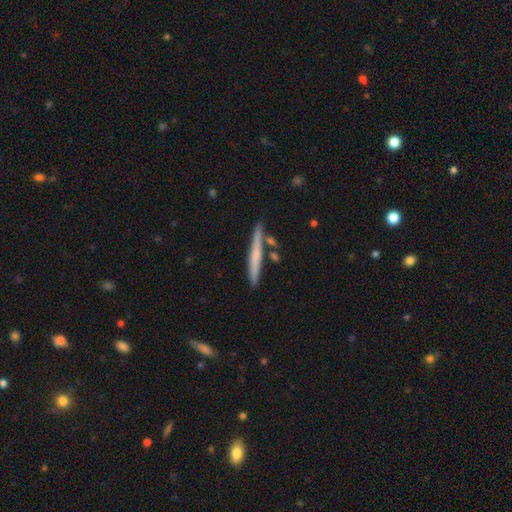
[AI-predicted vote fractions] The model was most divided on "smooth or featured": smooth: 49%, featured or disk: 45%, star or artifact: 6%. More confident: merging — none (83%).